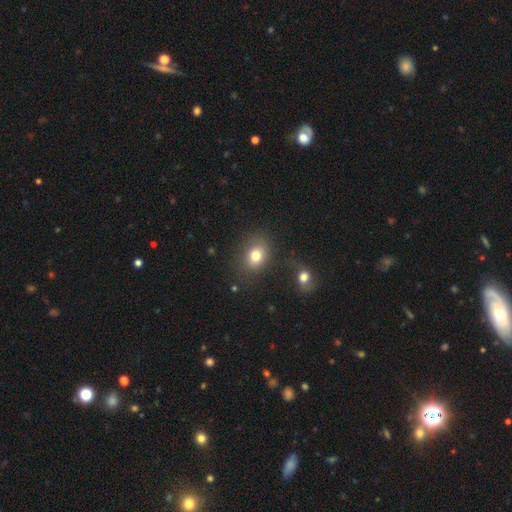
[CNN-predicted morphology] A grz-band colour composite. It shows a smooth galaxy with no disk features (78%) that is in between round and cigar-shaped (54%). Merging: none (71%).